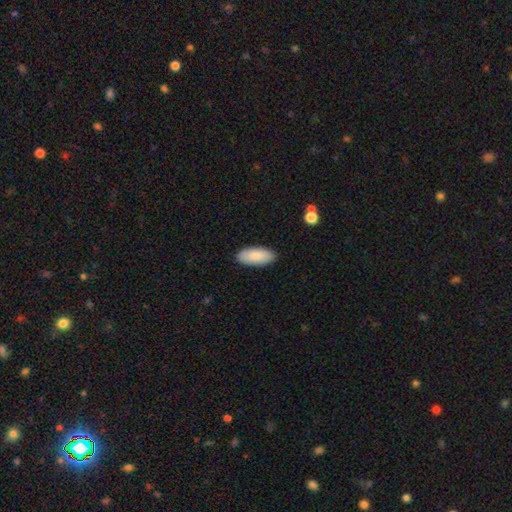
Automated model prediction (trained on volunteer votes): This appears to be a smooth galaxy with no disk features (88%) that is in between round and cigar-shaped (87%). Merging: none (89%).